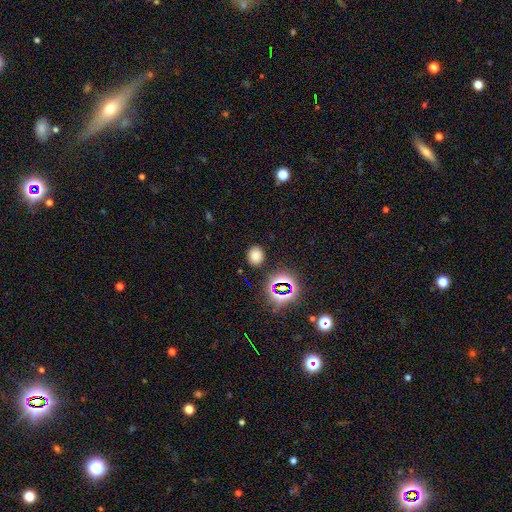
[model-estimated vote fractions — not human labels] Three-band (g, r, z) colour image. It shows a smooth galaxy with no disk features (70%) that is round (66%). Merging: none (87%).